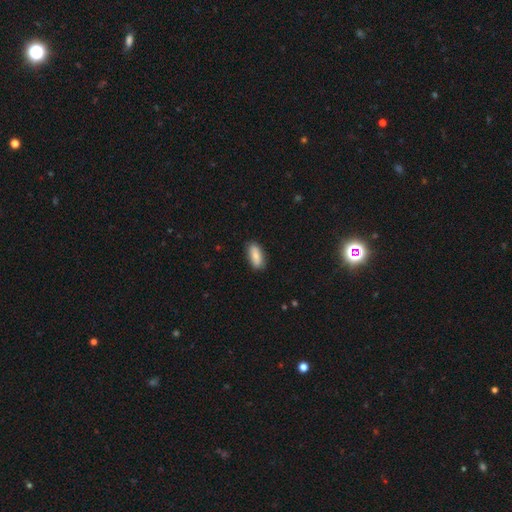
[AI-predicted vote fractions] This appears to be a smooth galaxy with no disk features (81%) that is in between round and cigar-shaped (83%). Merging: none (85%).